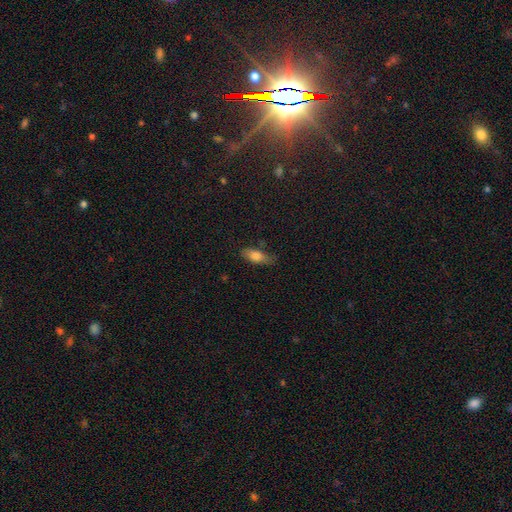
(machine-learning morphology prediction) Q: Smooth or featured?
A: smooth (79%); runner-up: featured or disk (13%)
Q: How rounded?
A: in between (79%); runner-up: cigar-shaped (17%)
Q: Merging?
A: none (68%); runner-up: minor disturbance (24%)